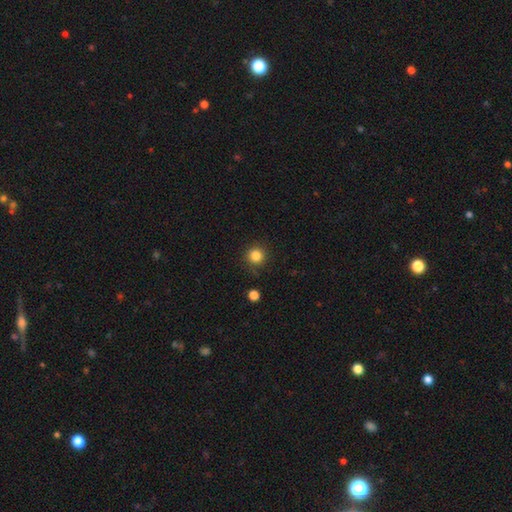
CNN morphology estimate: Smooth or featured: smooth — 84% (star or artifact — 12%)
How rounded: round — 95% (in between — 5%)
Merging: none — 87% (minor disturbance — 9%)